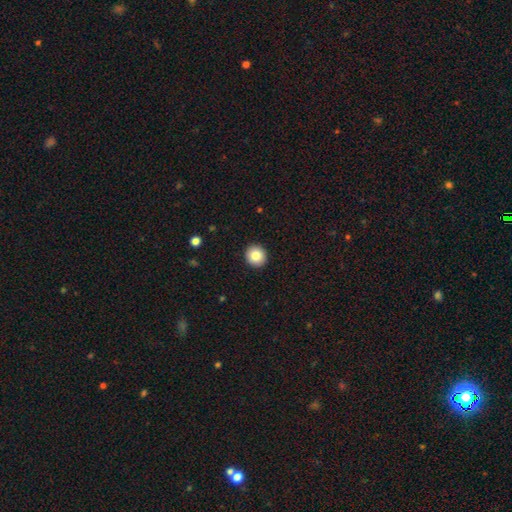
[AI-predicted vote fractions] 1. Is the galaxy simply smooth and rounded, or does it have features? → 84% smooth, 9% star or artifact, 7% featured or disk.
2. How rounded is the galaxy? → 91% round, 8% in between, 1% cigar-shaped.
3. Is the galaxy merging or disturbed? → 93% none, 5% minor disturbance, 1% major disturbance, 1% merger.